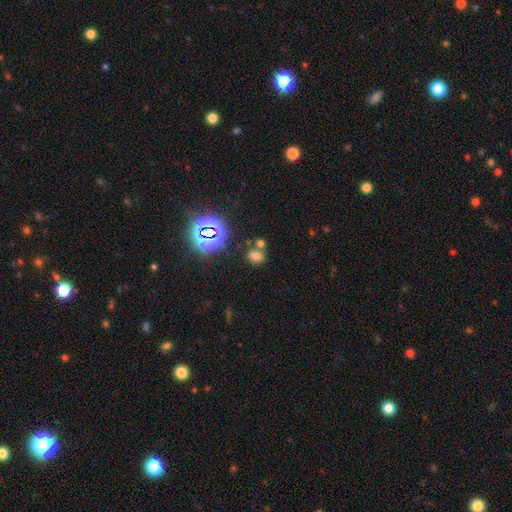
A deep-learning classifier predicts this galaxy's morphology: type=smooth (63%); roundness=in between (61%); merging=none (70%).